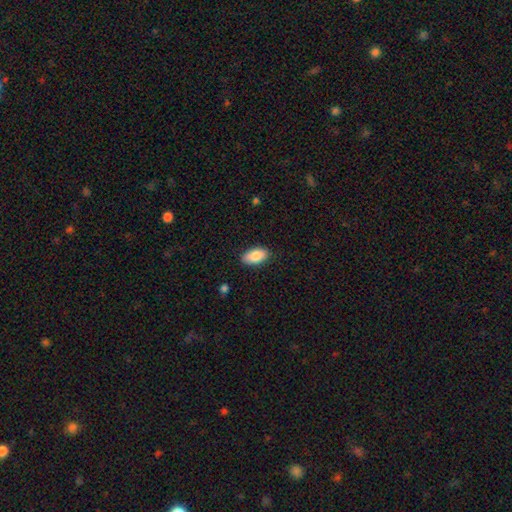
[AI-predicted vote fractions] Smooth or featured? Predicted: smooth (p=0.86). How rounded? Predicted: in between (p=0.94). Merging? Predicted: none (p=0.87).